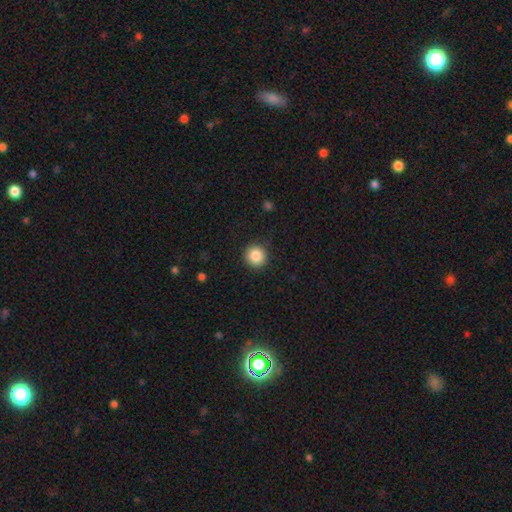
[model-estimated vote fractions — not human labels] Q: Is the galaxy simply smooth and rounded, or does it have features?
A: smooth — 85%.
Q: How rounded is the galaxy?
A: round — 94%.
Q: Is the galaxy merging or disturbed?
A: none — 90%.